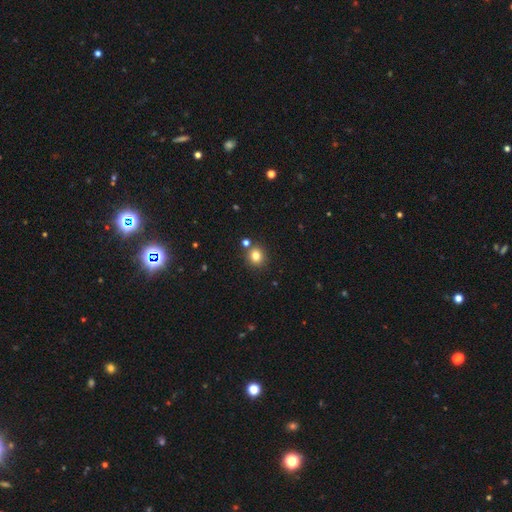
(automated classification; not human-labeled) This is clearly a smooth galaxy (80%). How rounded: clearly round (84%). Merging: clearly none (80%).